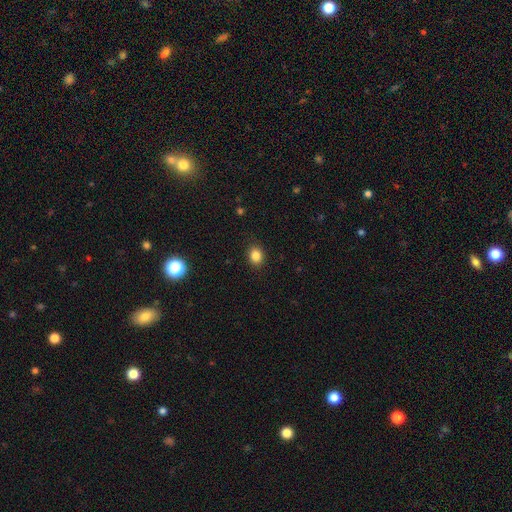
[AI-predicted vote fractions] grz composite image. It shows a smooth galaxy with no disk features (85%) that is round (55%). Merging: none (88%).